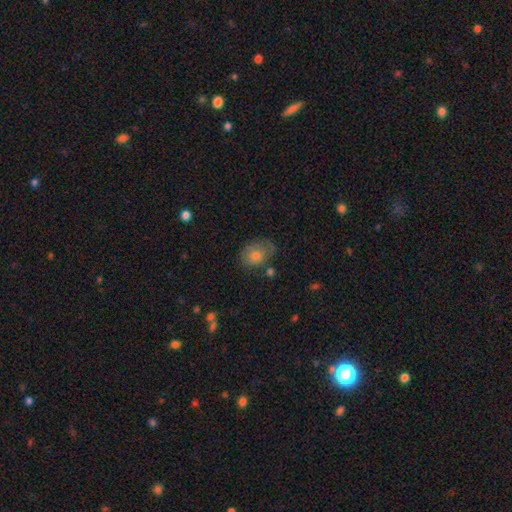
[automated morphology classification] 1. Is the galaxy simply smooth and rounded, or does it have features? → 67% smooth, 23% featured or disk, 10% star or artifact.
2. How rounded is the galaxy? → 68% in between, 31% round, 1% cigar-shaped.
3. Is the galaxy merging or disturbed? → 54% none, 29% minor disturbance, 12% major disturbance, 5% merger.